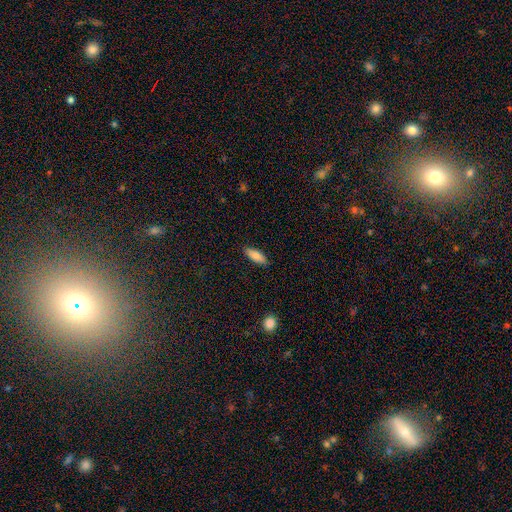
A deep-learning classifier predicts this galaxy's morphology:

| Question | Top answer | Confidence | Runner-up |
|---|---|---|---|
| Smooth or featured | smooth | 86% | featured or disk (8%) |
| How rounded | in between | 71% | cigar-shaped (27%) |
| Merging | none | 86% | minor disturbance (10%) |